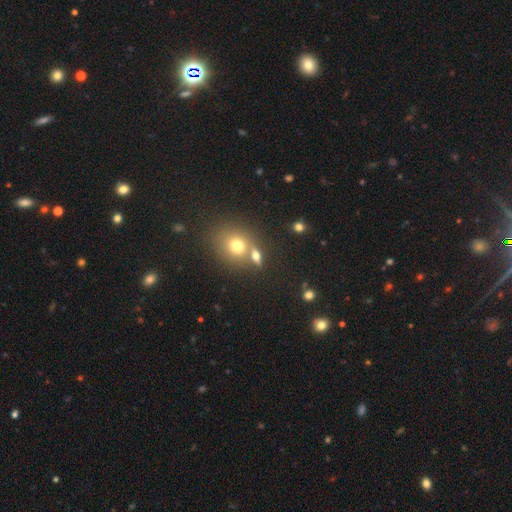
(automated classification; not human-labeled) A smooth galaxy with no disk features (65%) that is in between round and cigar-shaped (48%). Merging: none (52%).